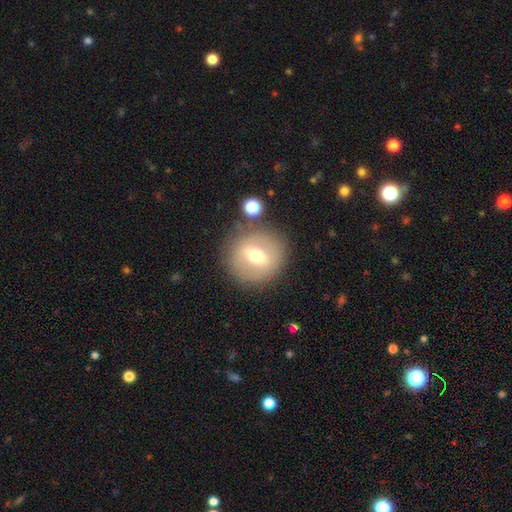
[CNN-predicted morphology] A smooth galaxy with no disk features (47%).

Vote fractions:
- Smooth or featured? smooth: 47% / featured or disk: 44% / star or artifact: 9%
- Merging? none: 82% / minor disturbance: 10% / merger: 4% / major disturbance: 4%